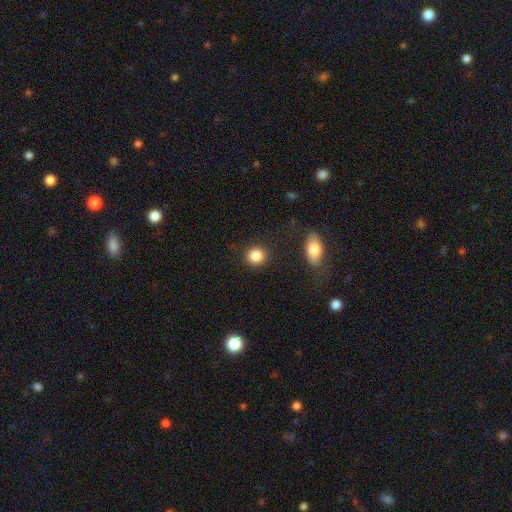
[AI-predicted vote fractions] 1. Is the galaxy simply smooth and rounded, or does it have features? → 85% smooth, 10% star or artifact, 5% featured or disk.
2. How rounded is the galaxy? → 83% round, 16% in between, 1% cigar-shaped.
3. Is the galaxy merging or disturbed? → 88% none, 7% minor disturbance, 3% merger, 3% major disturbance.